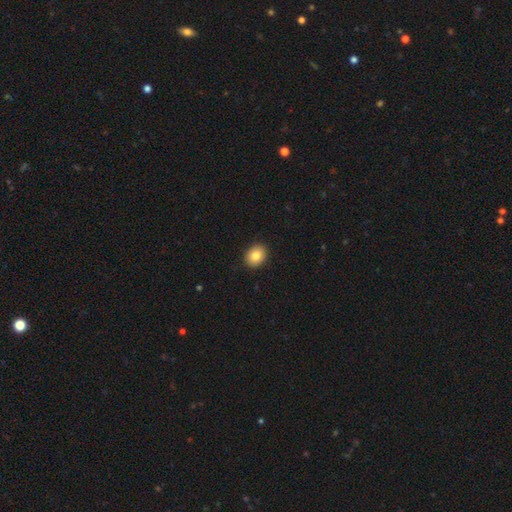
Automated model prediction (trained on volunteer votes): Overall: smooth (83%). How rounded: round (53%; in between 46%). Merging: none (91%).